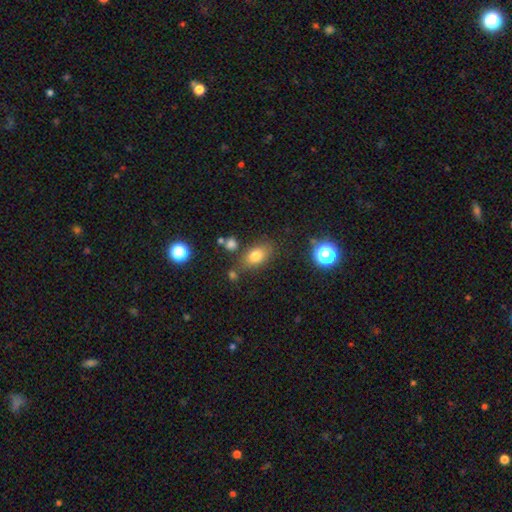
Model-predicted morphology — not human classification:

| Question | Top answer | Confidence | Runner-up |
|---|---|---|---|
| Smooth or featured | smooth | 77% | star or artifact (13%) |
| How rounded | in between | 79% | round (18%) |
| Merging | none | 73% | minor disturbance (15%) |